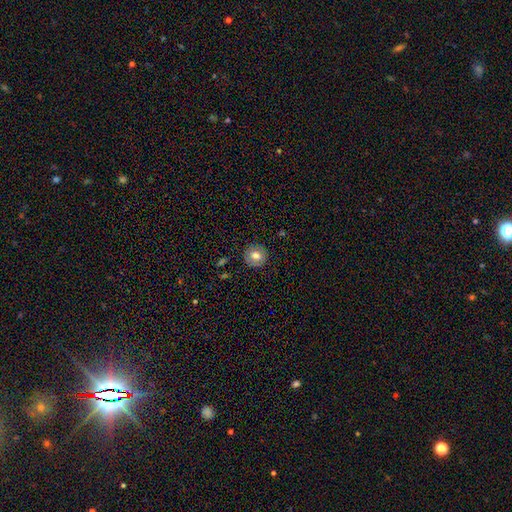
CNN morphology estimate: Smooth or featured? smooth (74%)
How rounded? round (90%)
Merging? none (89%)